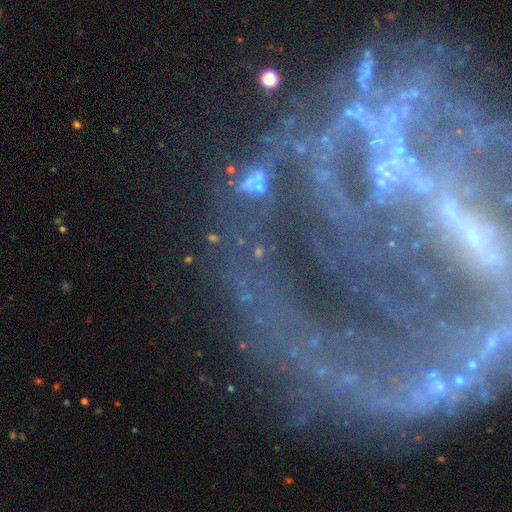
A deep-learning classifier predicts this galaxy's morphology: smooth_or_featured: featured or disk (p=0.72) [alt: star or artifact p=0.19]
disk_edge_on: no (p=0.94) [alt: yes p=0.06]
bar: strong (p=0.43) [alt: no p=0.29]
has_spiral_arms: yes (p=0.74) [alt: no p=0.26]
bulge_size: small (p=0.44) [alt: none p=0.25]
merging: none (p=0.56) [alt: major disturbance p=0.23]